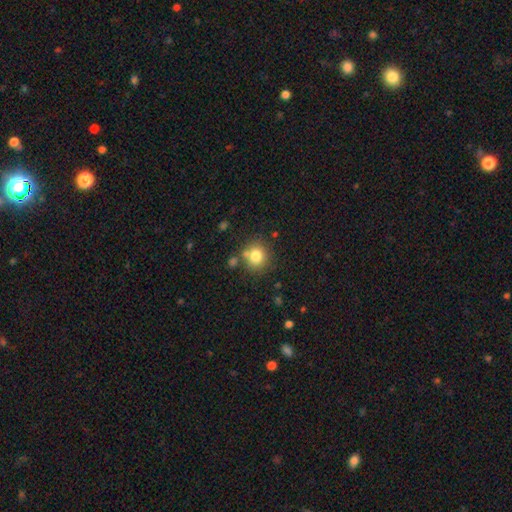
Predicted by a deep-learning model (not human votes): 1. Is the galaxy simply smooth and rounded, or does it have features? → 80% smooth, 12% star or artifact, 9% featured or disk.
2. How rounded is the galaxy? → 85% round, 14% in between, 1% cigar-shaped.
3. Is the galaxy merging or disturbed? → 71% none, 13% minor disturbance, 12% merger, 4% major disturbance.